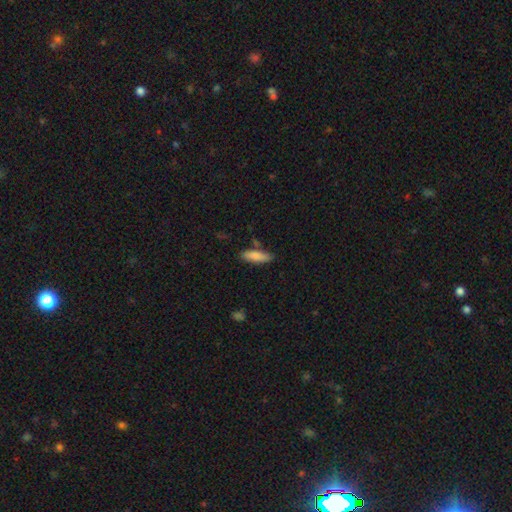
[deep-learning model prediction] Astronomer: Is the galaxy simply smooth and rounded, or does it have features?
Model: smooth — 84%.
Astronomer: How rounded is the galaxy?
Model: cigar-shaped — 50% (runner-up: in between, 48%).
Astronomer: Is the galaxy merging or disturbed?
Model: none — 76%.